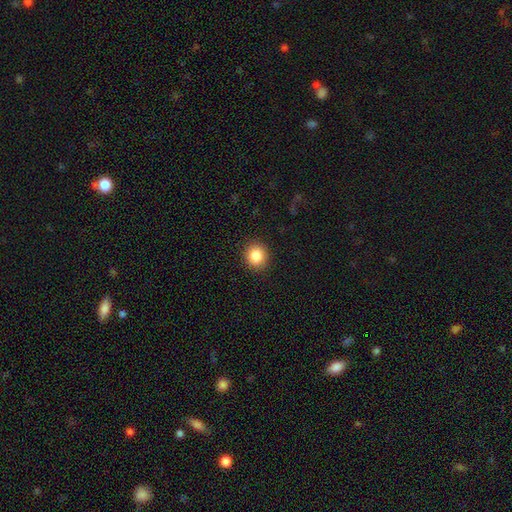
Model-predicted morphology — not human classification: This is clearly a smooth galaxy (86%). How rounded: clearly round (82%). Merging: clearly none (90%).